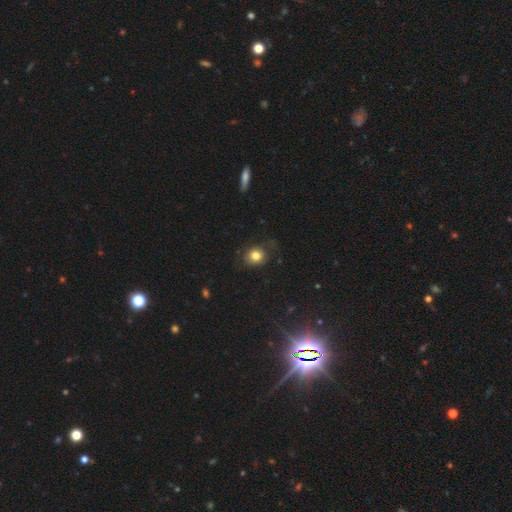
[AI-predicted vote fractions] Smooth or featured? Predicted: smooth (p=0.80). How rounded? Predicted: round (p=0.72). Merging? Predicted: none (p=0.74).